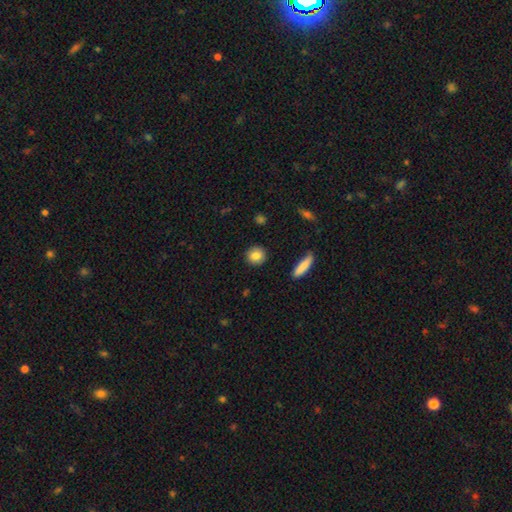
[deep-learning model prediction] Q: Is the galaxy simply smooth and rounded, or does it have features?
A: smooth — 84%.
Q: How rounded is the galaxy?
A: round — 85%.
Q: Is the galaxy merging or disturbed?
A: none — 91%.